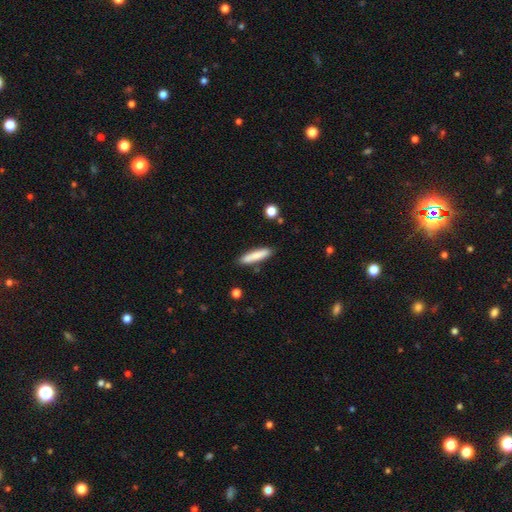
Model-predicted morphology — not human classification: smooth 80%, featured or disk 14%, star or artifact 6%. Down the decision tree: how rounded — cigar-shaped (82%); merging — none (85%).